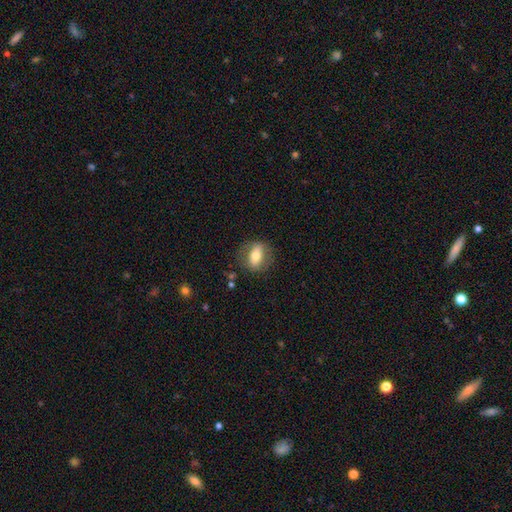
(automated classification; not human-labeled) This is possibly a smooth galaxy (56%). How rounded: likely in between (65%). Merging: likely none (79%).